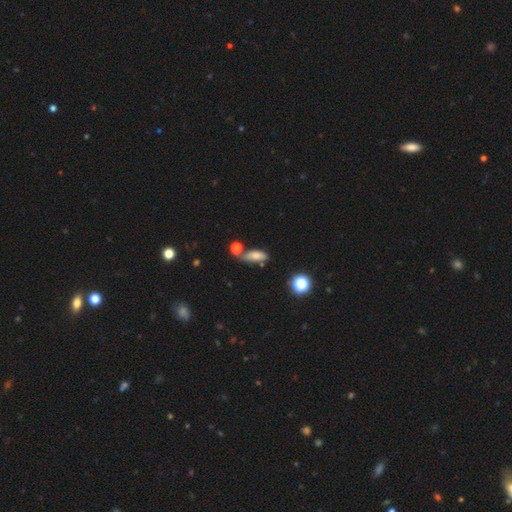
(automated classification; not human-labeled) smooth-or-featured: smooth: 73% | featured or disk: 15% | star or artifact: 12%
  how-rounded: in between: 73% | cigar-shaped: 21% | round: 6%
  merging: none: 54% | minor disturbance: 22% | merger: 17% | major disturbance: 7%